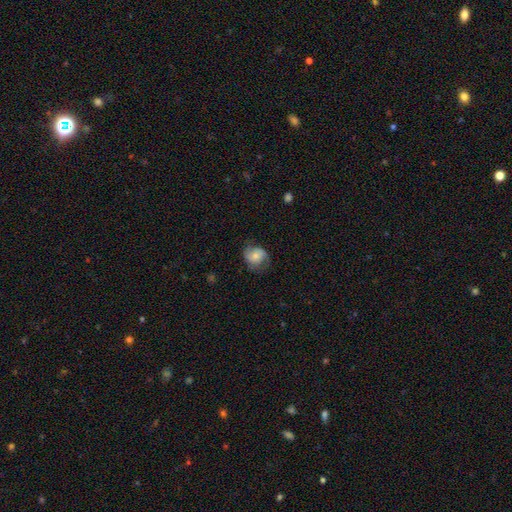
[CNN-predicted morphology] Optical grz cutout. It shows a smooth galaxy with no disk features (49%). Merging: none (62%).